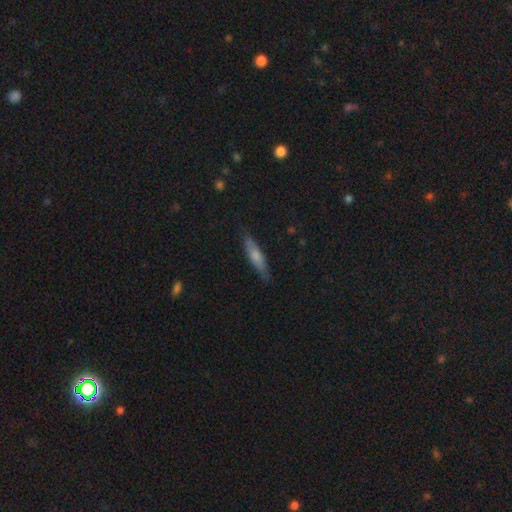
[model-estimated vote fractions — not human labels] smooth 62%, featured or disk 32%, star or artifact 6%. Down the decision tree: how rounded — cigar-shaped (81%); merging — none (83%).